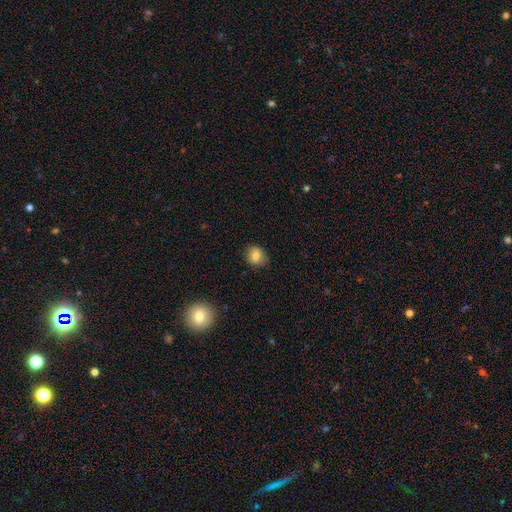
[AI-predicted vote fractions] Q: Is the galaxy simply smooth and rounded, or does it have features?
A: smooth — 80%.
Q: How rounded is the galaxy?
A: round — 67%.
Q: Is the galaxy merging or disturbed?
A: none — 82%.